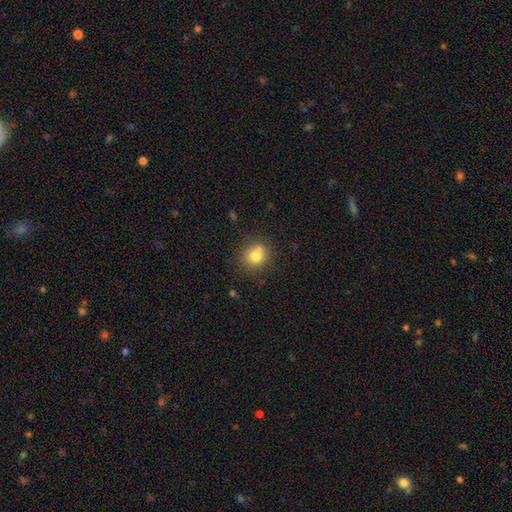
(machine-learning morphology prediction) Smooth or featured? smooth (78%)
How rounded? round (82%)
Merging? none (69%)